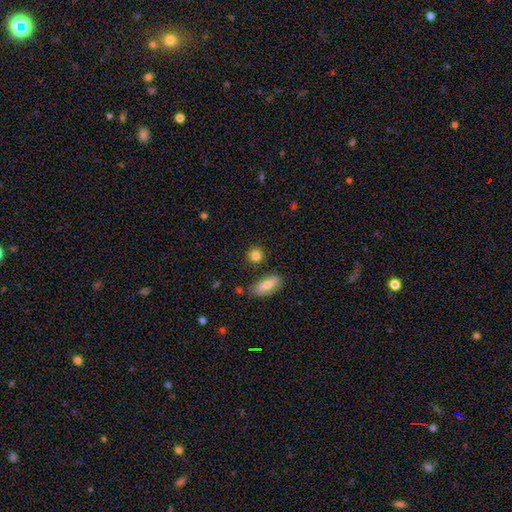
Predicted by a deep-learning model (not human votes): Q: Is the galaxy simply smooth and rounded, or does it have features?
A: smooth — 84%.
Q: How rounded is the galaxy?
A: round — 84%.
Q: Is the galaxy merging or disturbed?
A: none — 83%.